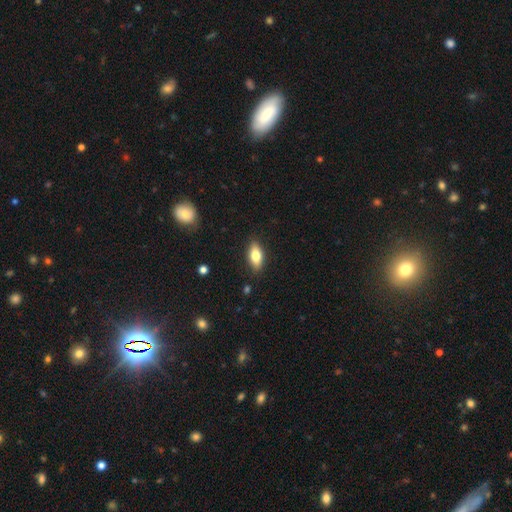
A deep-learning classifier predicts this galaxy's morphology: This is likely a smooth galaxy (74%). How rounded: clearly in between (85%). Merging: clearly none (87%).